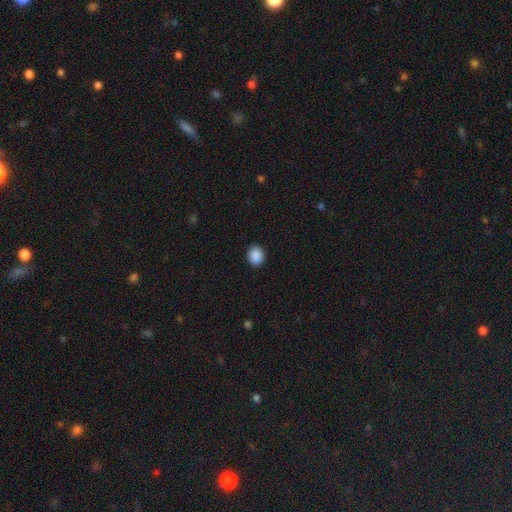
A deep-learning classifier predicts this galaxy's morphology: type=smooth (89%); roundness=round (61%); merging=none (90%).